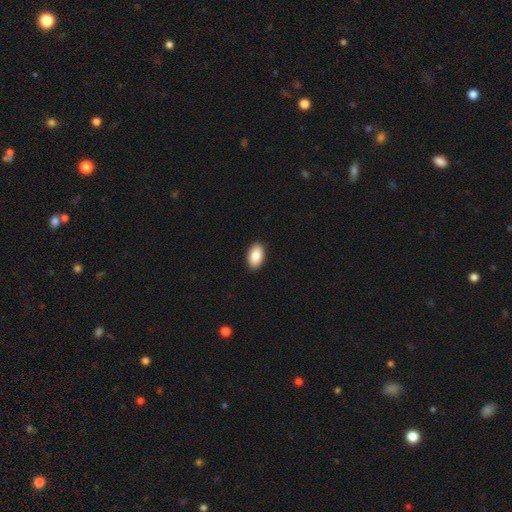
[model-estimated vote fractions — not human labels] smooth 89%, star or artifact 6%, featured or disk 5%. Down the decision tree: how rounded — in between (94%); merging — none (91%).